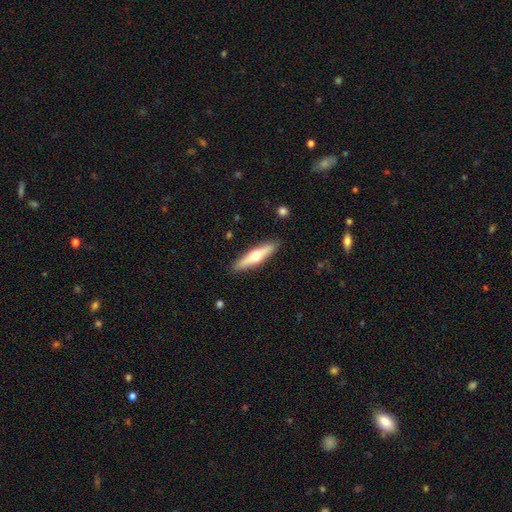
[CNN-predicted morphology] Smooth or featured? Predicted: featured or disk (p=0.56). Edge-on disk? Predicted: yes (p=0.93). Edge-on bulge? Predicted: rounded (p=0.94). Merging? Predicted: none (p=0.90).